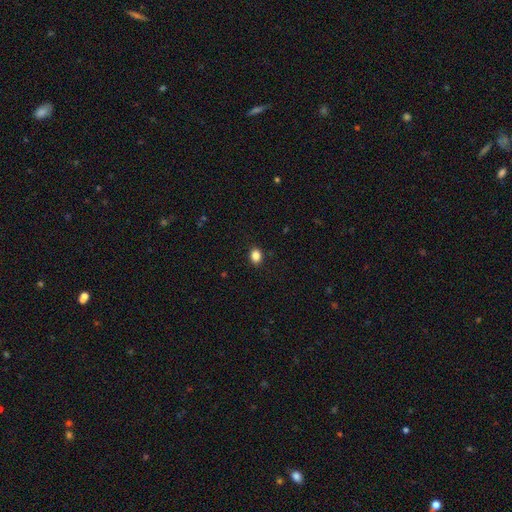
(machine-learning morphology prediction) This is clearly a smooth galaxy (86%). How rounded: possibly in between (60%). Merging: clearly none (89%).